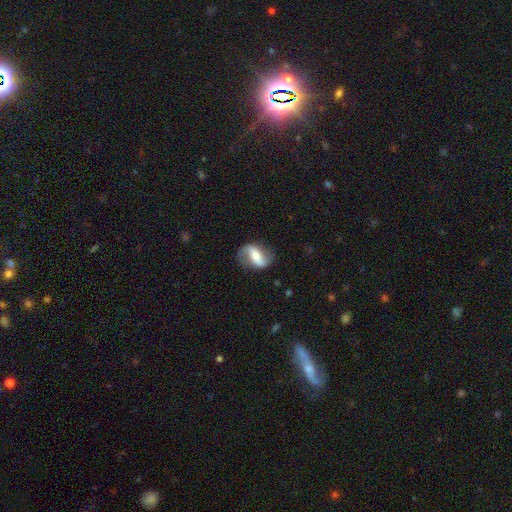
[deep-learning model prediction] smooth-or-featured: featured or disk: 75% | smooth: 20% | star or artifact: 6%
  disk-edge-on: no: 94% | yes: 6%
    bar: strong: 47% | weak: 30% | no: 22%
    has-spiral-arms: yes: 89% | no: 11%
      spiral-winding: loose: 65% | medium: 26% | tight: 9%
      spiral-arm-count: 2: 89% | 1: 4% | can't tell: 3% | 3: 1% | 4: 1% | more than 4: 1%
    bulge-size: moderate: 51% | small: 29% | large: 13% | none: 4% | dominant: 3%
  merging: none: 76% | minor disturbance: 15% | major disturbance: 7% | merger: 1%